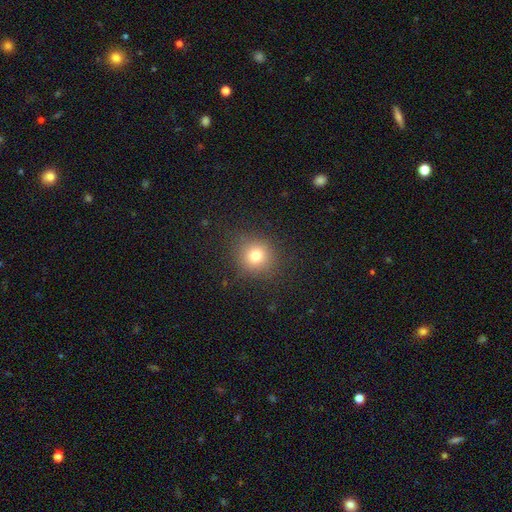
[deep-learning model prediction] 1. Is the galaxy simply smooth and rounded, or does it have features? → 77% smooth, 15% star or artifact, 8% featured or disk.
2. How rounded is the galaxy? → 91% round, 8% in between, 1% cigar-shaped.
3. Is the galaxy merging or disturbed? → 87% none, 8% minor disturbance, 4% major disturbance, 1% merger.